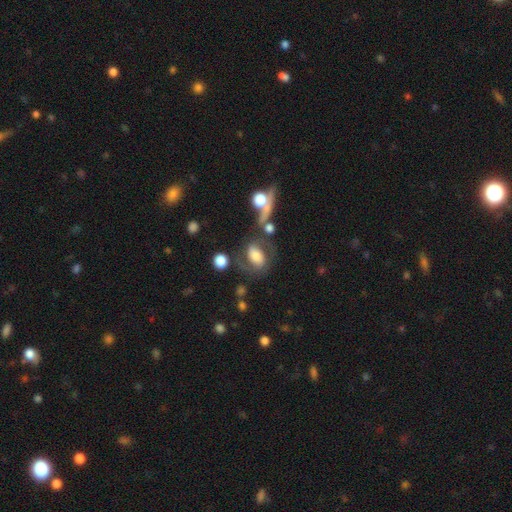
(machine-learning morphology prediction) smooth-or-featured: featured or disk: 66% | smooth: 25% | star or artifact: 9%
  disk-edge-on: no: 95% | yes: 5%
    bar: no: 37% | weak: 36% | strong: 27%
    has-spiral-arms: yes: 87% | no: 13%
      spiral-winding: medium: 49% | loose: 30% | tight: 20%
      spiral-arm-count: 2: 89% | can't tell: 5% | 1: 4% | 3: 1% | 4: 1% | more than 4: 1%
    bulge-size: moderate: 42% | large: 29% | small: 18% | none: 6% | dominant: 5%
  merging: none: 58% | minor disturbance: 17% | major disturbance: 14% | merger: 11%